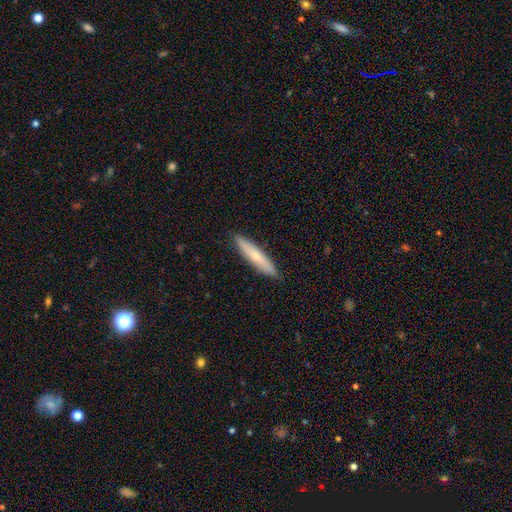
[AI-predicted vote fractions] smooth 66%, featured or disk 29%, star or artifact 5%. Down the decision tree: how rounded — cigar-shaped (89%); merging — none (90%).